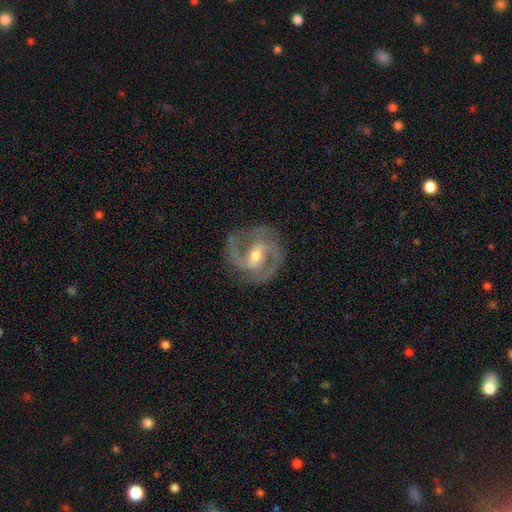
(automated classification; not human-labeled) Q: Smooth or featured?
A: featured or disk (89%); runner-up: smooth (6%)
Q: Edge-on disk?
A: no (97%); runner-up: yes (3%)
Q: Bar?
A: weak (43%); runner-up: strong (39%)
Q: Spiral arms?
A: yes (97%); runner-up: no (3%)
Q: Spiral winding?
A: medium (57%); runner-up: tight (30%)
Q: Spiral arm count?
A: 2 (82%); runner-up: 3 (10%)
Q: Bulge size?
A: moderate (56%); runner-up: small (40%)
Q: Merging?
A: none (78%); runner-up: minor disturbance (15%)